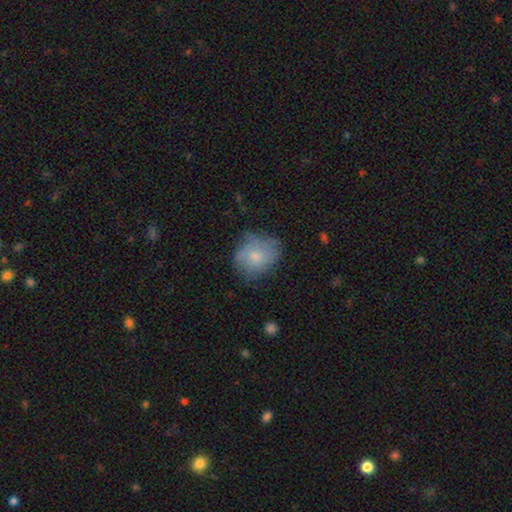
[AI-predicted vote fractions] smooth_or_featured: smooth (p=0.68) [alt: featured or disk p=0.24]
how_rounded: round (p=0.57) [alt: in between p=0.42]
merging: none (p=0.56) [alt: minor disturbance p=0.31]